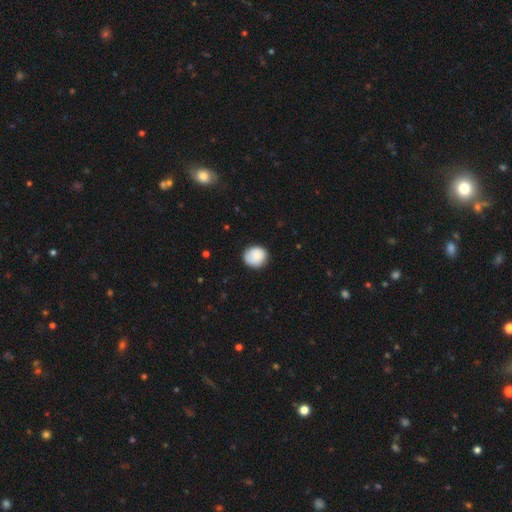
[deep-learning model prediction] A smooth galaxy with no disk features (86%) that is round (81%).

Vote fractions:
- Smooth or featured? smooth: 86% / star or artifact: 7% / featured or disk: 7%
- How rounded? round: 81% / in between: 18% / cigar-shaped: 1%
- Merging? none: 82% / minor disturbance: 14% / major disturbance: 3% / merger: 1%